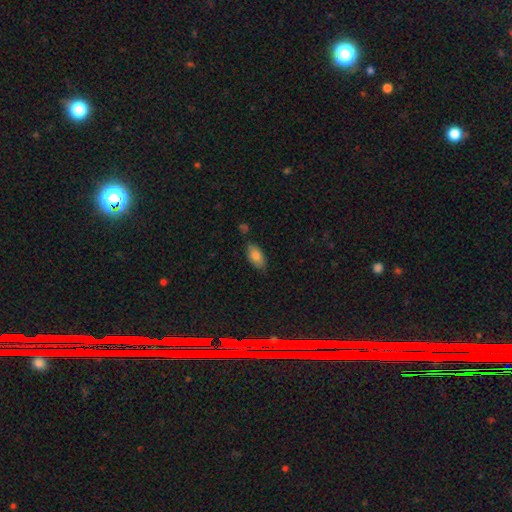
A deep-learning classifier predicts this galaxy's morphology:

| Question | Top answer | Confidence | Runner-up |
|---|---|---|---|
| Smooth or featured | smooth | 82% | featured or disk (11%) |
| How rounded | in between | 91% | cigar-shaped (6%) |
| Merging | none | 77% | minor disturbance (17%) |